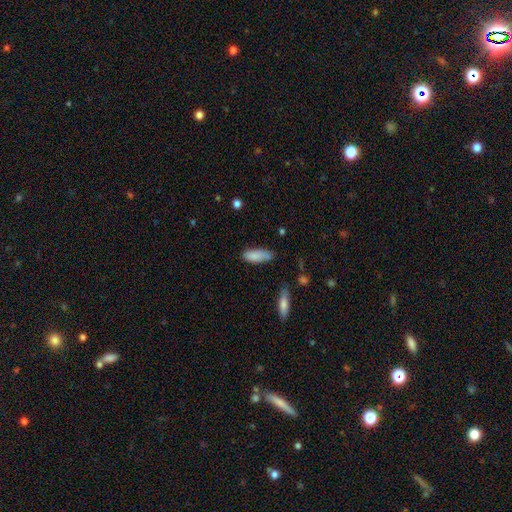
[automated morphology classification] Q: Smooth or featured?
A: smooth (85%); runner-up: featured or disk (8%)
Q: How rounded?
A: in between (71%); runner-up: cigar-shaped (28%)
Q: Merging?
A: none (64%); runner-up: minor disturbance (28%)